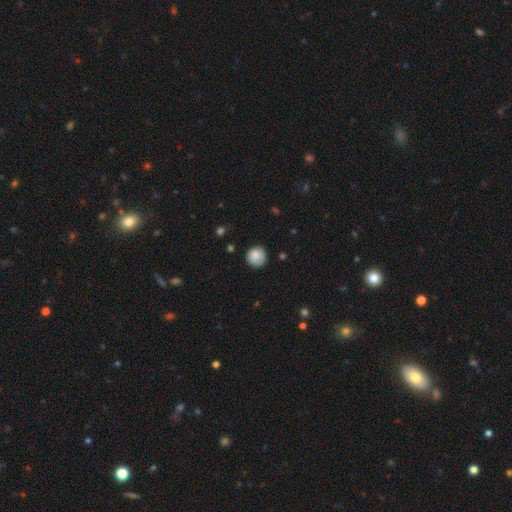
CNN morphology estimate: Smooth or featured? Predicted: smooth (p=0.85). How rounded? Predicted: round (p=0.94). Merging? Predicted: none (p=0.84).